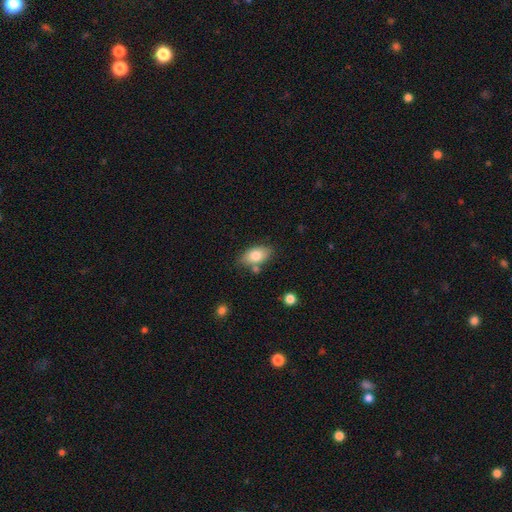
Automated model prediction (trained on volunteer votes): Smooth or featured? smooth (80%)
How rounded? in between (90%)
Merging? none (71%)